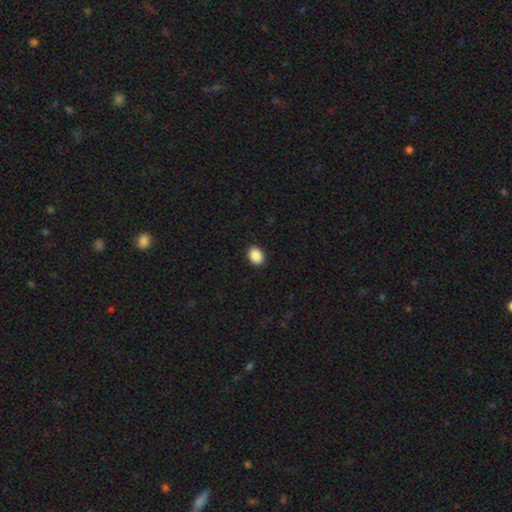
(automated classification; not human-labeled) Overall: smooth (90%). How rounded: in between (69%; round 30%). Merging: none (91%).